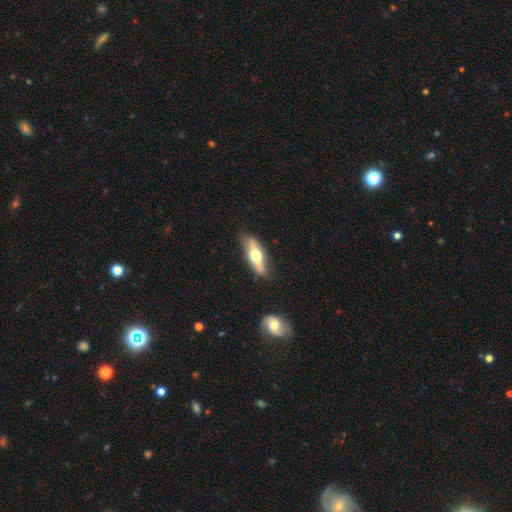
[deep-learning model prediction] The model was most divided on "smooth or featured": smooth: 52%, featured or disk: 43%, star or artifact: 6%. More confident: merging — none (79%); how rounded — in between (53%).